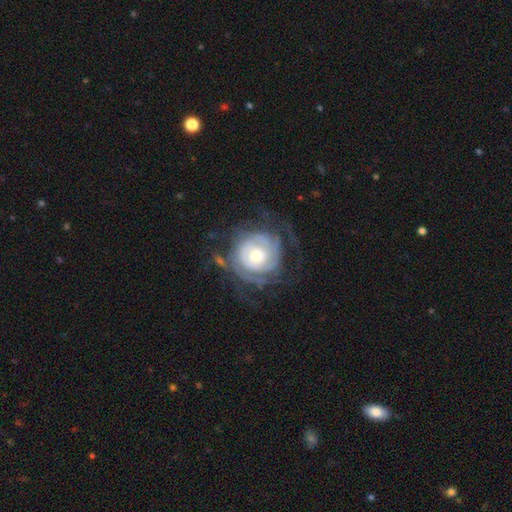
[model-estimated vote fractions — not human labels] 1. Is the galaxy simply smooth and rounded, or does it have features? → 79% featured or disk, 15% smooth, 6% star or artifact.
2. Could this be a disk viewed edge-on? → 97% no, 3% yes.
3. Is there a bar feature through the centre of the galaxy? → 75% no, 20% weak, 5% strong.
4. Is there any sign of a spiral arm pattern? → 90% yes, 10% no.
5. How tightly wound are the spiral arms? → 70% tight, 21% medium, 9% loose.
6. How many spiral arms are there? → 44% can't tell, 24% 2, 13% 3, 7% 4, 7% 1, 5% more than 4.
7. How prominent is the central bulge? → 52% moderate, 34% small, 11% large, 2% dominant, 1% none.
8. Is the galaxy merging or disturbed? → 59% none, 20% major disturbance, 19% minor disturbance, 2% merger.